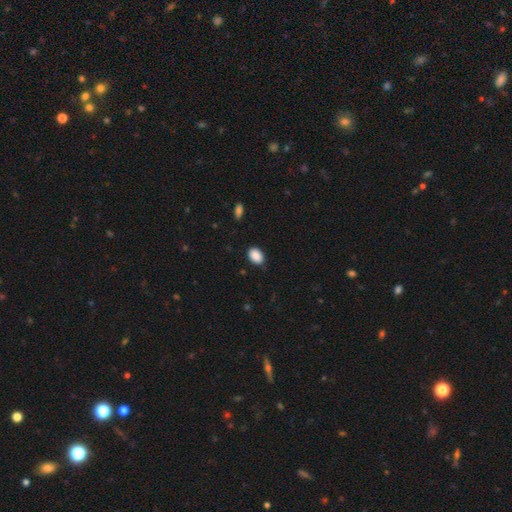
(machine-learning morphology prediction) Smooth or featured? smooth (89%)
How rounded? in between (80%)
Merging? none (84%)